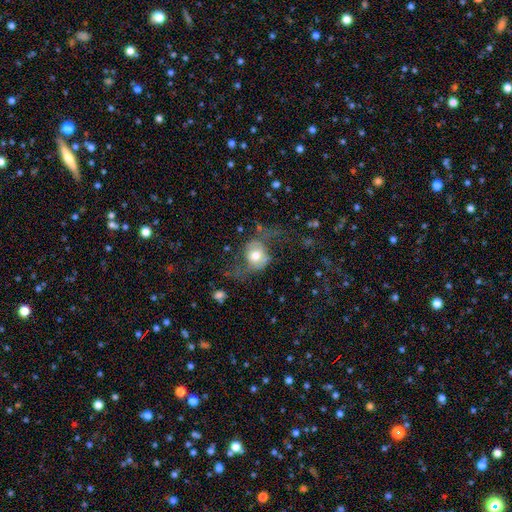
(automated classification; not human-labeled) The model was most divided on "merging": major disturbance: 41%, none: 34%, minor disturbance: 21%, merger: 4%. More confident: how rounded — round (64%); smooth or featured — smooth (51%).